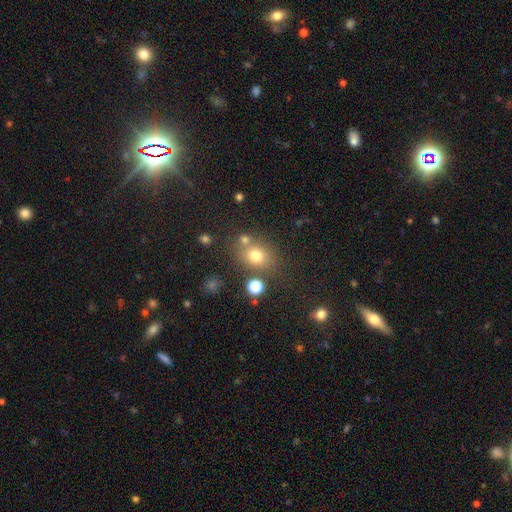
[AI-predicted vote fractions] This is likely a smooth galaxy (72%). How rounded: possibly round (57%). Merging: likely none (67%).